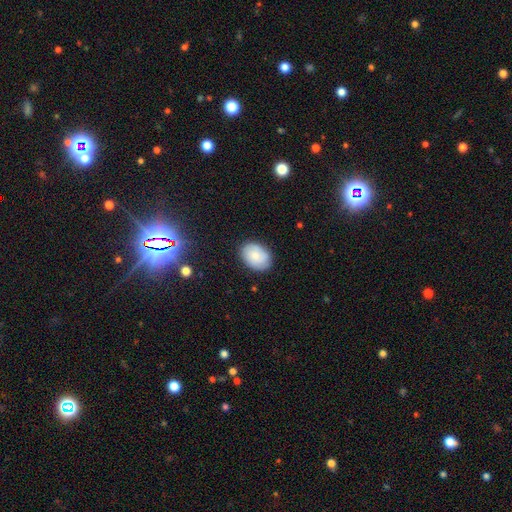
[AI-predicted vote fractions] The model was most divided on "how rounded": in between: 75%, round: 24%, cigar-shaped: 1%. More confident: merging — none (83%); smooth or featured — smooth (74%).